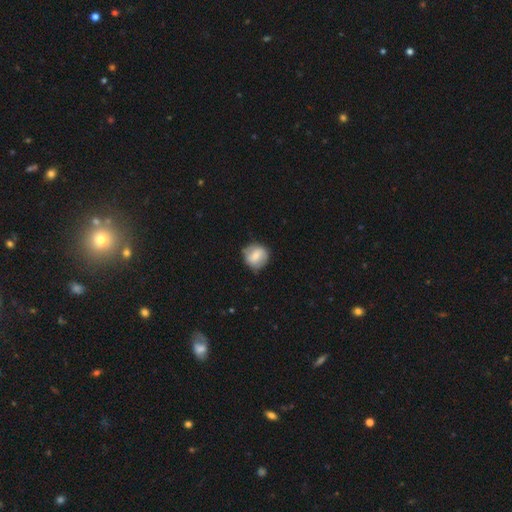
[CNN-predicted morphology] smooth 63%, featured or disk 30%, star or artifact 7%. Down the decision tree: how rounded — round (87%); merging — none (76%).